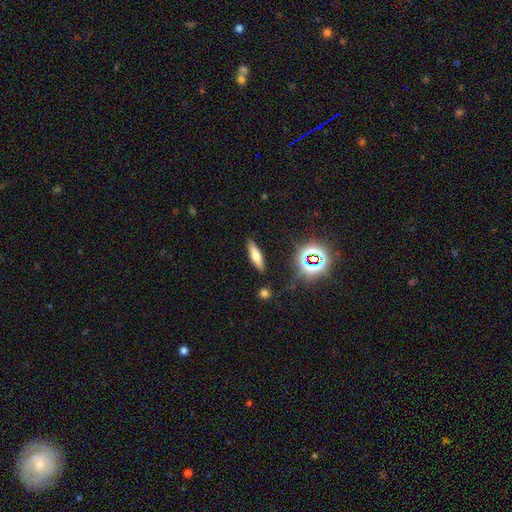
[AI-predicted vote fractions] Smooth or featured? smooth (59%)
How rounded? cigar-shaped (62%)
Merging? none (87%)